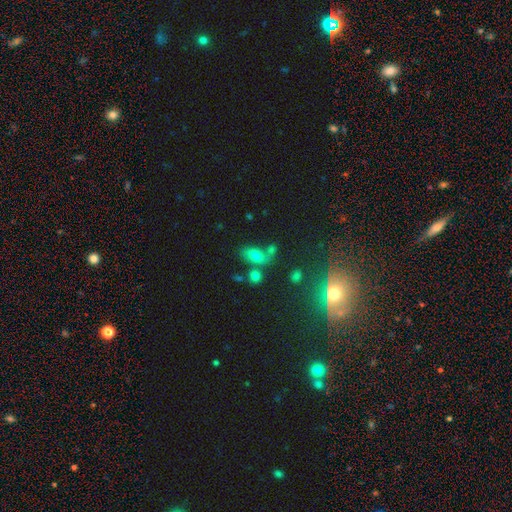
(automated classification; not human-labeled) Smooth or featured?
  - smooth: 67% *
  - featured or disk: 17%
  - star or artifact: 17%
How rounded?
  - in between: 84% *
  - round: 9%
  - cigar-shaped: 7%
Merging?
  - none: 52% *
  - merger: 24%
  - minor disturbance: 16%
  - major disturbance: 8%